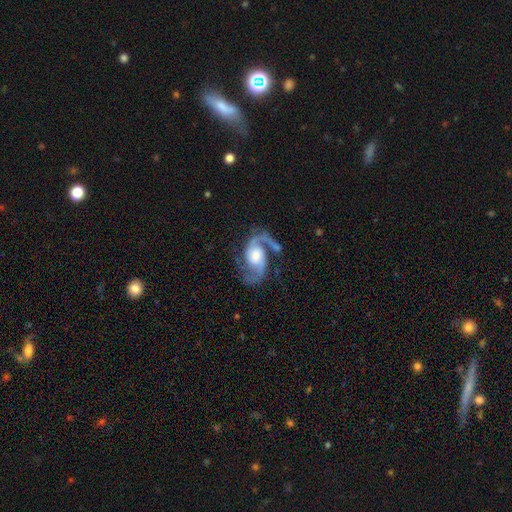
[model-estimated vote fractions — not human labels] Smooth or featured? Predicted: featured or disk (p=0.91). Edge-on disk? Predicted: no (p=0.98). Bar? Predicted: no (p=0.55). Spiral arms? Predicted: yes (p=0.98). Spiral winding? Predicted: medium (p=0.54). Spiral arm count? Predicted: 2 (p=0.92). Bulge size? Predicted: moderate (p=0.46). Merging? Predicted: none (p=0.63).